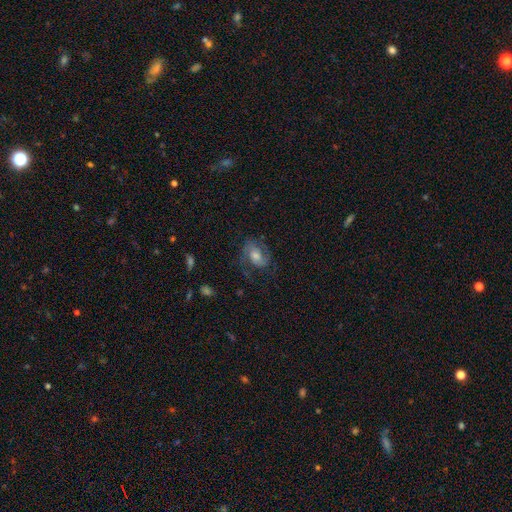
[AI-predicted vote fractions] Smooth or featured: featured or disk — 65% (smooth — 24%)
Edge-on disk: no — 96% (yes — 4%)
Bar: no — 51% (weak — 38%)
Spiral arms: yes — 89% (no — 11%)
Spiral winding: medium — 48% (tight — 28%)
Spiral arm count: 2 — 76% (can't tell — 12%)
Bulge size: moderate — 55% (small — 24%)
Merging: none — 64% (minor disturbance — 19%)